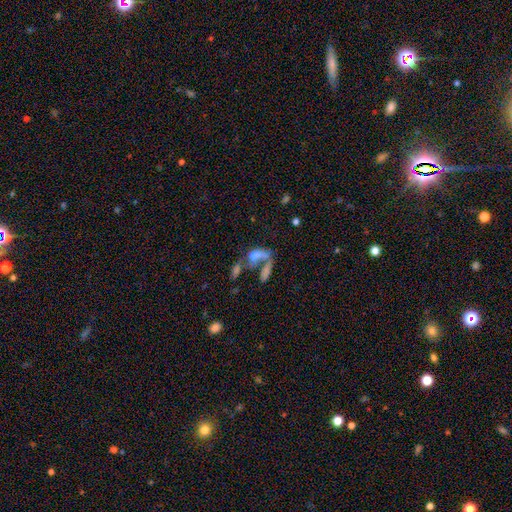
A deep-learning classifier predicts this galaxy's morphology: This appears to be a smooth galaxy with no disk features (46%). Merging: merger (52%).